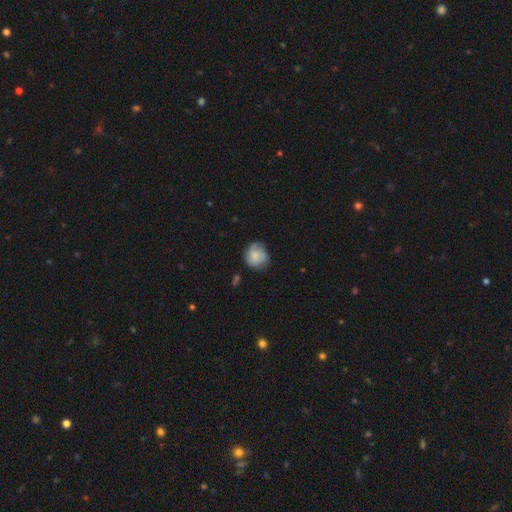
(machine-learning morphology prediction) smooth-or-featured: smooth: 72% | featured or disk: 21% | star or artifact: 8%
  how-rounded: round: 83% | in between: 16% | cigar-shaped: 1%
  merging: none: 65% | minor disturbance: 26% | major disturbance: 7% | merger: 2%